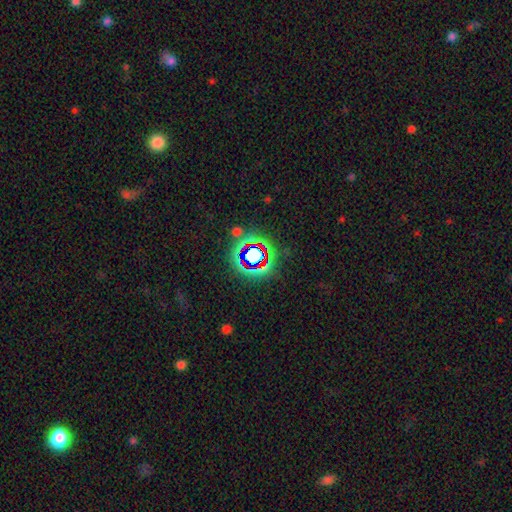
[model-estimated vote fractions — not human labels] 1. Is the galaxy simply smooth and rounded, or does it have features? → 75% star or artifact, 13% smooth, 12% featured or disk.